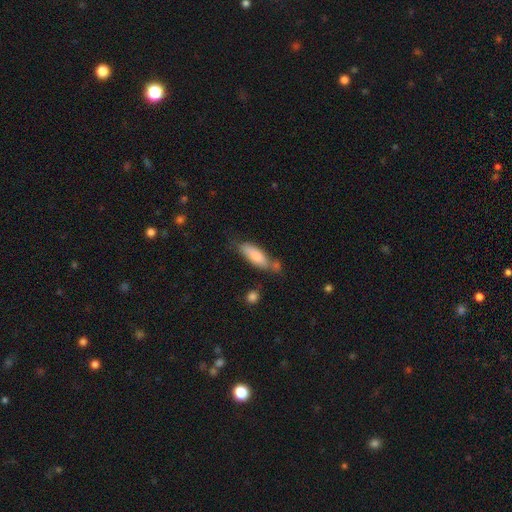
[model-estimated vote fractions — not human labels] Smooth or featured? smooth (77%)
How rounded? in between (61%)
Merging? none (54%)